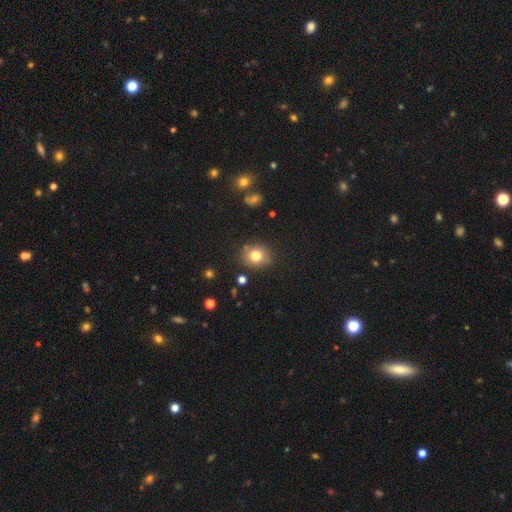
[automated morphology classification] smooth 78%, star or artifact 12%, featured or disk 10%. Down the decision tree: how rounded — round (76%); merging — none (85%).